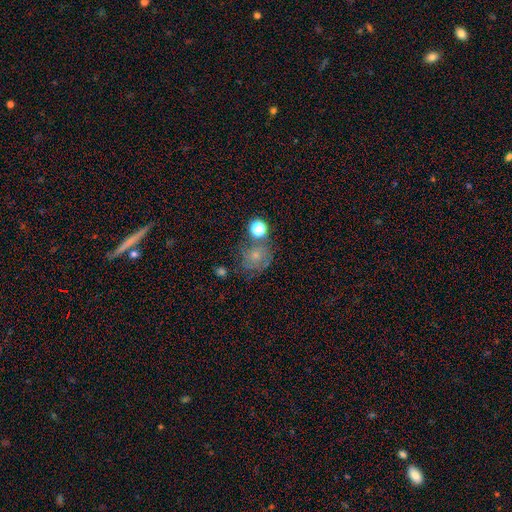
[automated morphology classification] smooth-or-featured: smooth: 50% | featured or disk: 33% | star or artifact: 18%
  merging: none: 56% | minor disturbance: 19% | merger: 14% | major disturbance: 11%